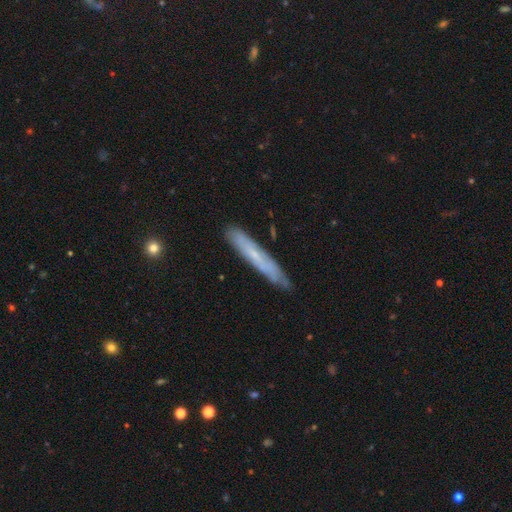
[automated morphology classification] This appears to be a featured or disk galaxy (47%). Merging: none (80%).